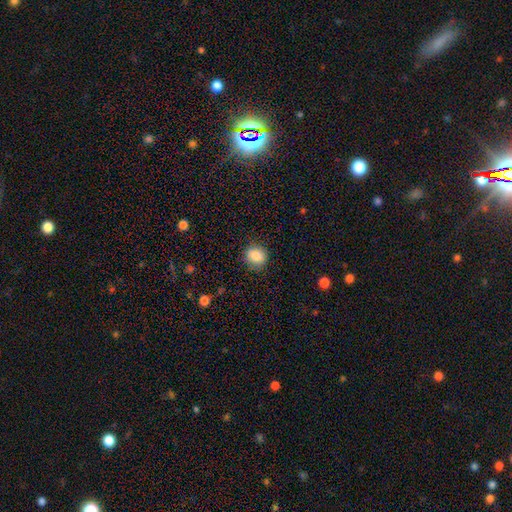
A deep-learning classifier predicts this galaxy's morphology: Overall: smooth (86%). How rounded: round (77%). Merging: none (86%).